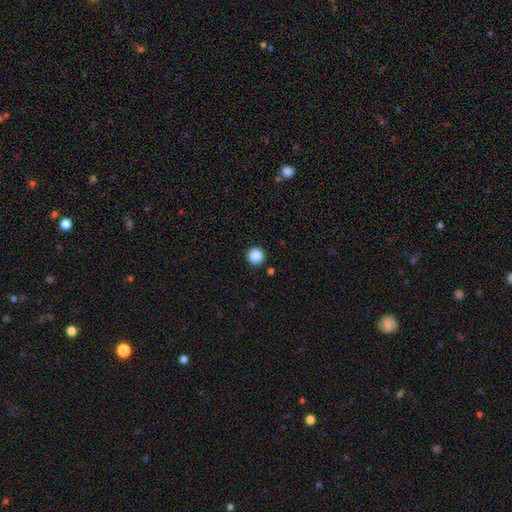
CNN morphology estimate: smooth-or-featured: smooth: 87% | star or artifact: 11% | featured or disk: 3%
  how-rounded: round: 96% | in between: 3% | cigar-shaped: 1%
  merging: none: 93% | minor disturbance: 4% | major disturbance: 2% | merger: 1%